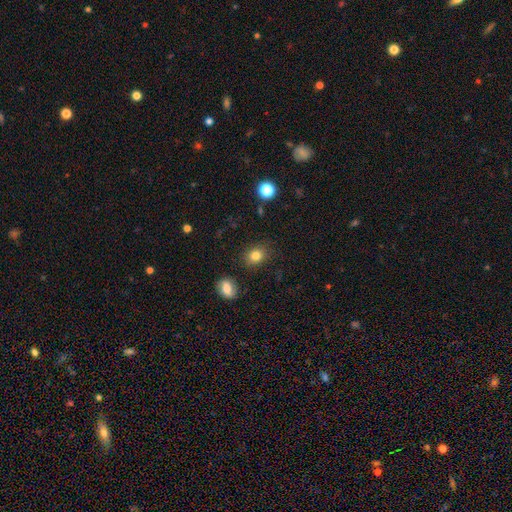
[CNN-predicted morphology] A smooth galaxy with no disk features (82%) that is round (54%).

Vote fractions:
- Smooth or featured? smooth: 82% / star or artifact: 11% / featured or disk: 7%
- How rounded? round: 54% / in between: 45% / cigar-shaped: 1%
- Merging? none: 85% / minor disturbance: 10% / major disturbance: 3% / merger: 2%